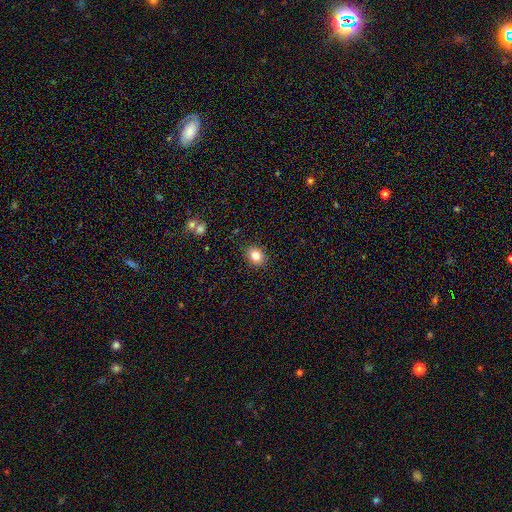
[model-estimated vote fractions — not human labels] Smooth or featured?
  - smooth: 82% *
  - star or artifact: 11%
  - featured or disk: 7%
How rounded?
  - round: 58% *
  - in between: 42%
  - cigar-shaped: 1%
Merging?
  - none: 89% *
  - minor disturbance: 8%
  - major disturbance: 2%
  - merger: 1%